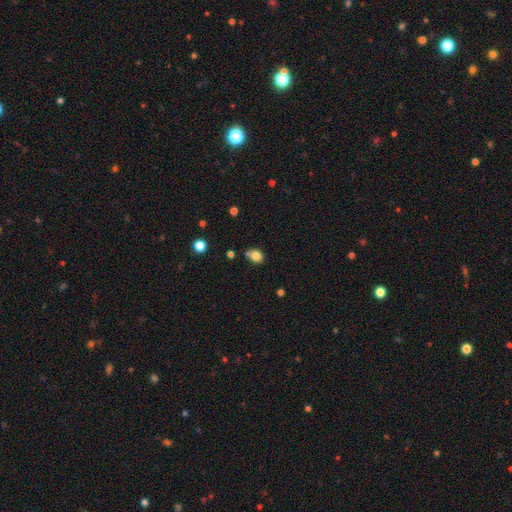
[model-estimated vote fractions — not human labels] Q: Smooth or featured?
A: smooth (81%); runner-up: star or artifact (11%)
Q: How rounded?
A: round (54%); runner-up: in between (45%)
Q: Merging?
A: none (63%); runner-up: minor disturbance (18%)